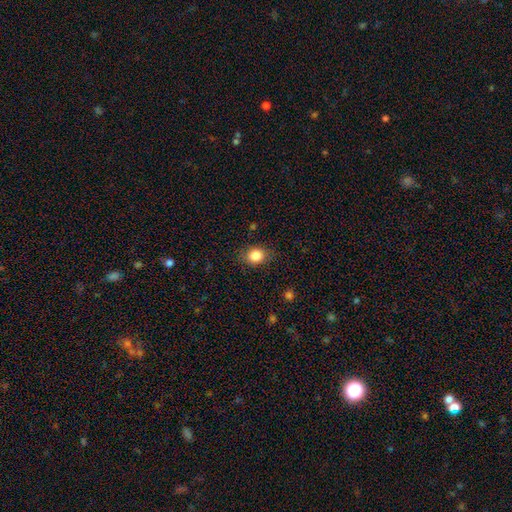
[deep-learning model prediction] A smooth galaxy with no disk features (85%) that is round (50%). Merging: none (82%).